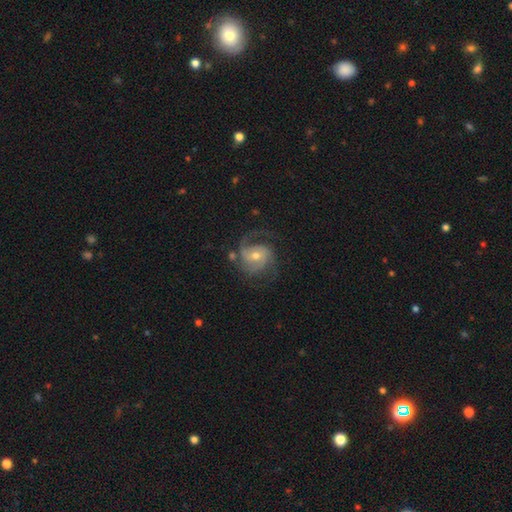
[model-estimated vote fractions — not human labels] A featured or disk galaxy (84%) with no bar (53%), 2 (46%) medium (45%) spiral arms (96%) and a moderate central bulge (61%). Merging: none (61%).